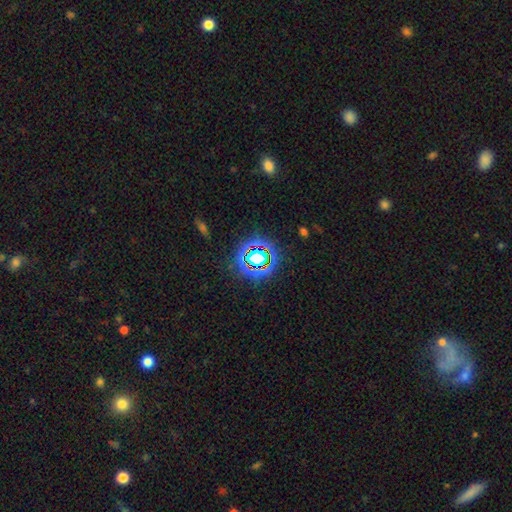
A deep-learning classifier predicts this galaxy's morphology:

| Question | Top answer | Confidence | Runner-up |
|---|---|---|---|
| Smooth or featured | star or artifact | 64% | smooth (22%) |